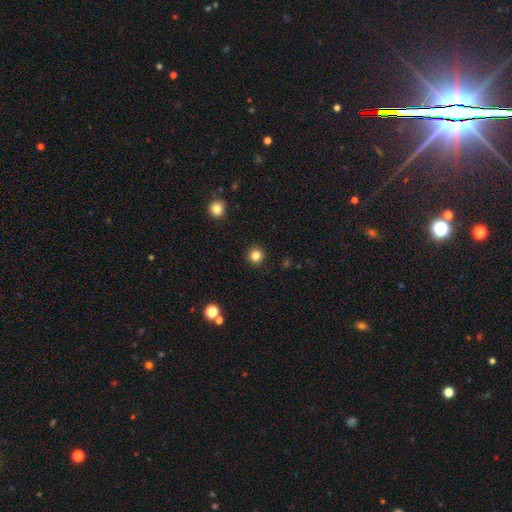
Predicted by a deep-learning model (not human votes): Smooth or featured? Predicted: smooth (p=0.83). How rounded? Predicted: round (p=0.95). Merging? Predicted: none (p=0.92).